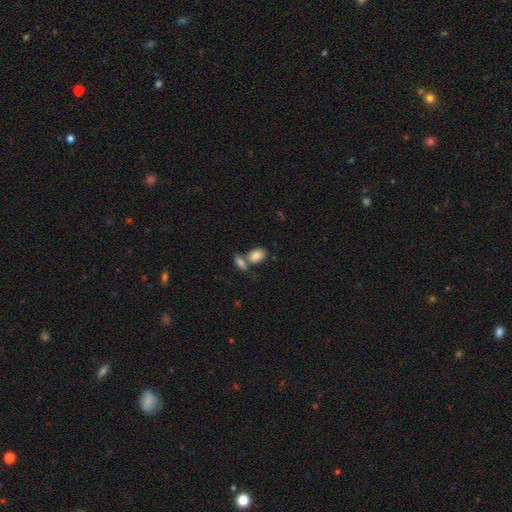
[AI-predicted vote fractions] Overall: smooth (85%). How rounded: in between (83%). Merging: merger (43%; none 42%).